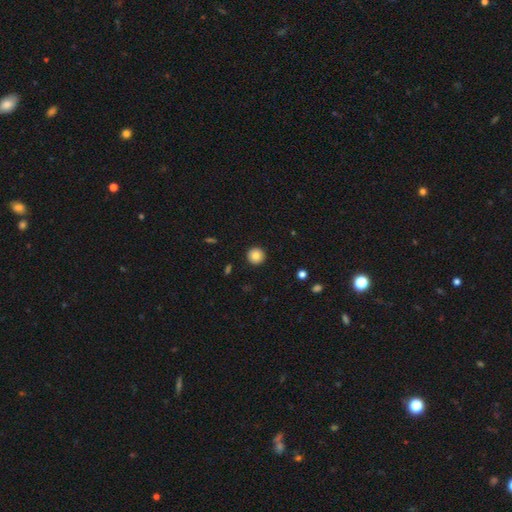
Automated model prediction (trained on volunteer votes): smooth_or_featured: smooth (p=0.84) [alt: star or artifact p=0.09]
how_rounded: round (p=0.96) [alt: in between p=0.03]
merging: none (p=0.93) [alt: minor disturbance p=0.04]